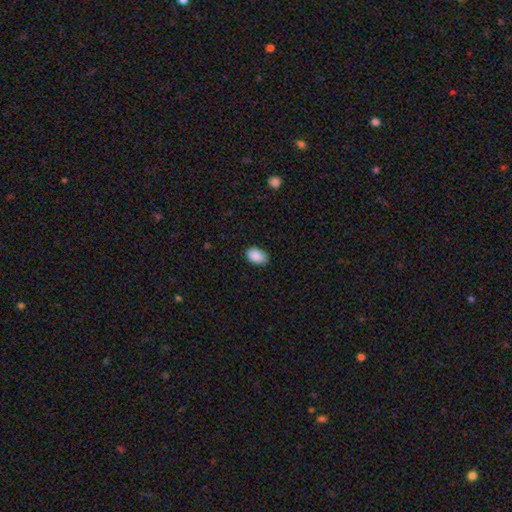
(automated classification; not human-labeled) This is clearly a smooth galaxy (90%). How rounded: clearly in between (91%). Merging: clearly none (81%).